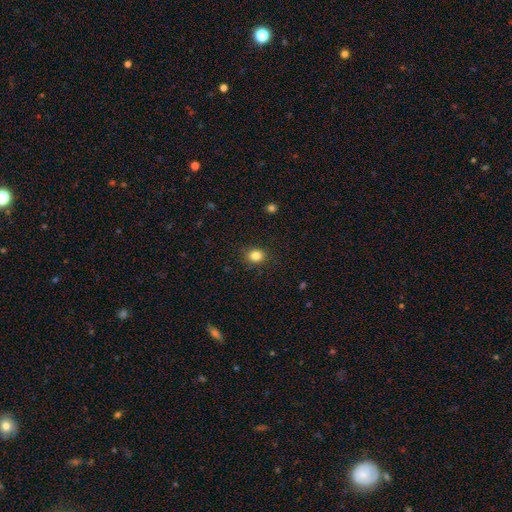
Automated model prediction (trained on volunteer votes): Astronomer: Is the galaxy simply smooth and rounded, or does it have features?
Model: smooth — 84%.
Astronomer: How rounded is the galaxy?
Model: round — 70%.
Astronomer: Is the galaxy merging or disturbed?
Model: none — 88%.